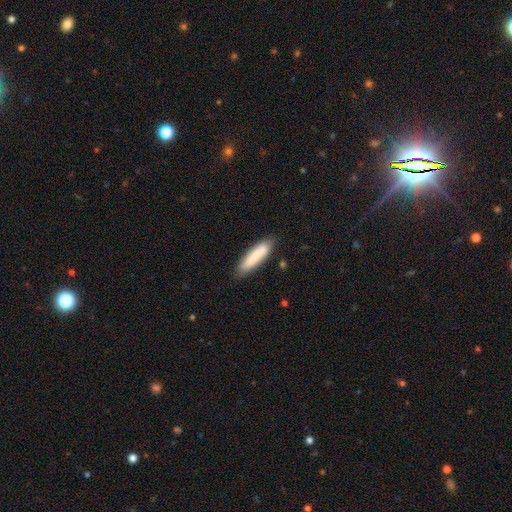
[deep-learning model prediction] Overall: smooth (79%). How rounded: cigar-shaped (68%; in between 31%). Merging: none (83%).